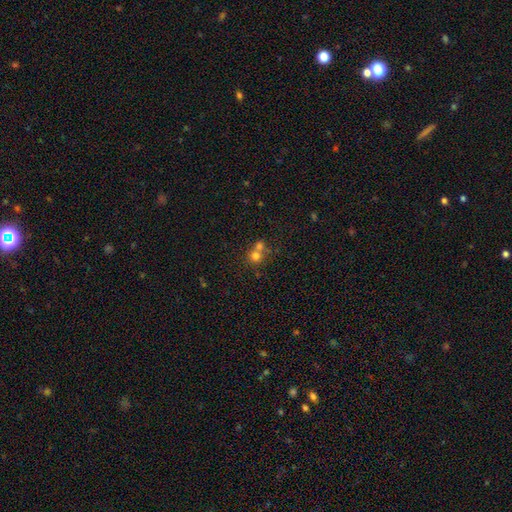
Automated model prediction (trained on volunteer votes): Smooth or featured: smooth — 72% (star or artifact — 15%)
How rounded: round — 87% (in between — 12%)
Merging: merger — 52% (none — 40%)